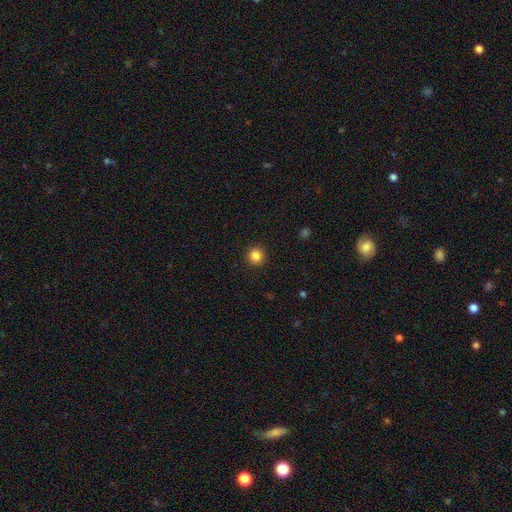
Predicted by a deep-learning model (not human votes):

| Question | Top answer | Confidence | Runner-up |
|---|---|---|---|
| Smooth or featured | smooth | 85% | star or artifact (11%) |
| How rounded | round | 94% | in between (5%) |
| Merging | none | 92% | minor disturbance (5%) |